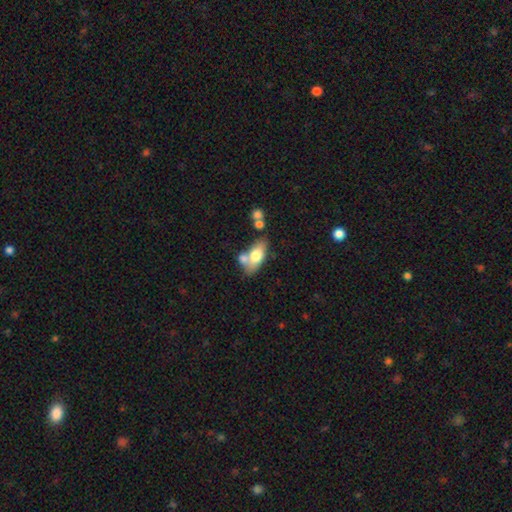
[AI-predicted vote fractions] Morphology: type=smooth (68%); roundness=in between (86%); merging=none (50%).